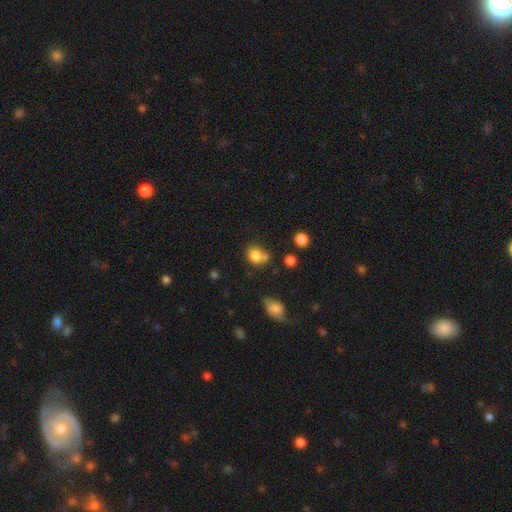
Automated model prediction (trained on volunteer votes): Overall: smooth (80%). How rounded: round (67%; in between 32%). Merging: none (51%; merger 22%).